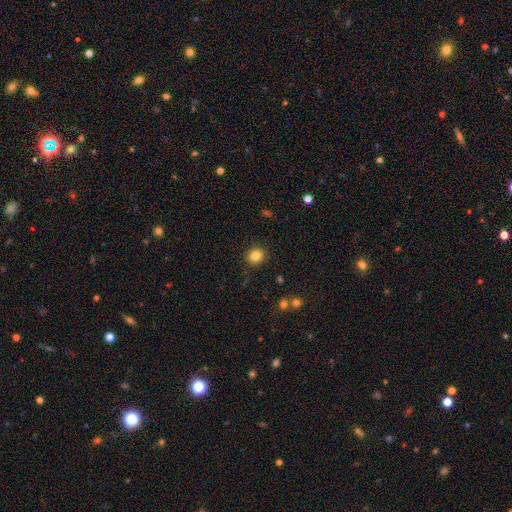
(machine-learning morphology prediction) Smooth or featured?
  - smooth: 83% *
  - star or artifact: 11%
  - featured or disk: 6%
How rounded?
  - round: 85% *
  - in between: 14%
  - cigar-shaped: 1%
Merging?
  - none: 90% *
  - minor disturbance: 7%
  - major disturbance: 2%
  - merger: 1%